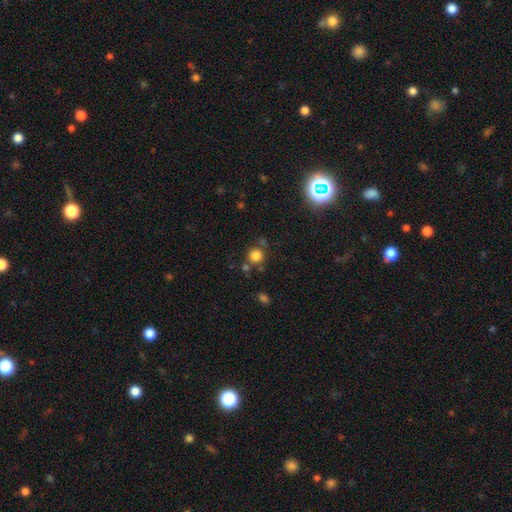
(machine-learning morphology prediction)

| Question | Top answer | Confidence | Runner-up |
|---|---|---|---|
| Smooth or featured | smooth | 79% | star or artifact (14%) |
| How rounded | round | 92% | in between (7%) |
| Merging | none | 71% | merger (14%) |